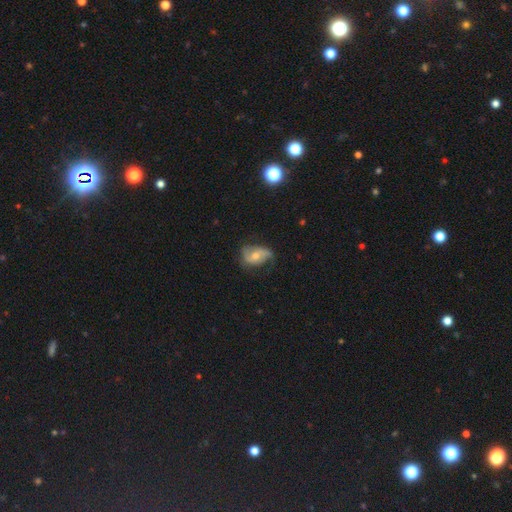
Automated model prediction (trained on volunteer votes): A featured or disk galaxy (64%) with no bar (59%), 2 (74%) loose (45%) spiral arms (85%) and a moderate central bulge (58%).

Vote fractions:
- Smooth or featured? featured or disk: 64% / smooth: 27% / star or artifact: 9%
- Edge-on disk? no: 95% / yes: 5%
- Bar? no: 59% / weak: 29% / strong: 12%
- Spiral arms? yes: 85% / no: 15%
- Spiral winding? loose: 45% / medium: 36% / tight: 20%
- Spiral arm count? 2: 74% / can't tell: 12% / 1: 6% / 3: 5% / 4: 1% / more than 4: 1%
- Bulge size? moderate: 58% / small: 37% / large: 2% / none: 1% / dominant: 1%
- Merging? none: 59% / minor disturbance: 29% / major disturbance: 12% / merger: 1%